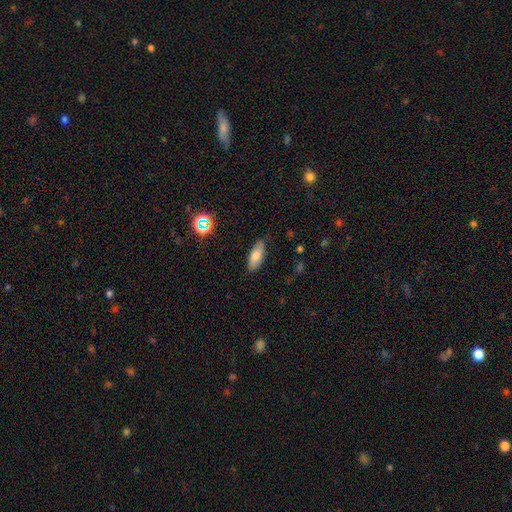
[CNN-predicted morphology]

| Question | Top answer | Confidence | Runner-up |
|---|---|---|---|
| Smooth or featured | smooth | 75% | featured or disk (17%) |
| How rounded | in between | 77% | cigar-shaped (21%) |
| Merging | none | 80% | minor disturbance (16%) |